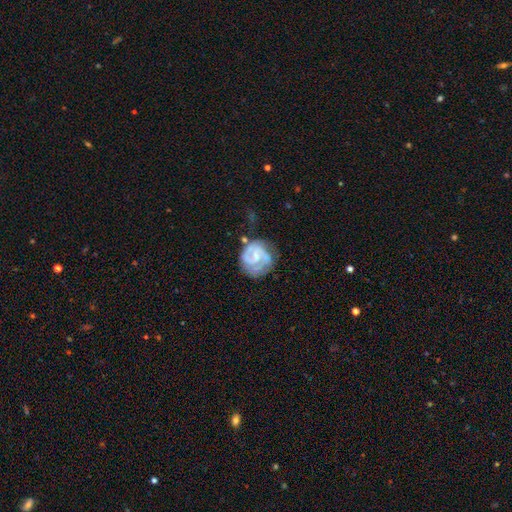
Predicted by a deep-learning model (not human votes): Smooth or featured? Predicted: featured or disk (p=0.83). Edge-on disk? Predicted: no (p=0.98). Bar? Predicted: weak (p=0.48). Spiral arms? Predicted: yes (p=0.95). Spiral winding? Predicted: tight (p=0.49). Spiral arm count? Predicted: 2 (p=0.64). Bulge size? Predicted: small (p=0.48). Merging? Predicted: none (p=0.59).